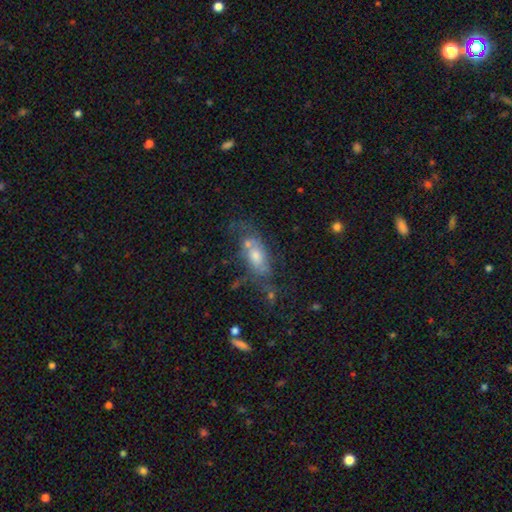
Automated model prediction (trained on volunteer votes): smooth-or-featured: smooth: 46% | featured or disk: 43% | star or artifact: 12%
  merging: none: 43% | minor disturbance: 23% | major disturbance: 20% | merger: 14%